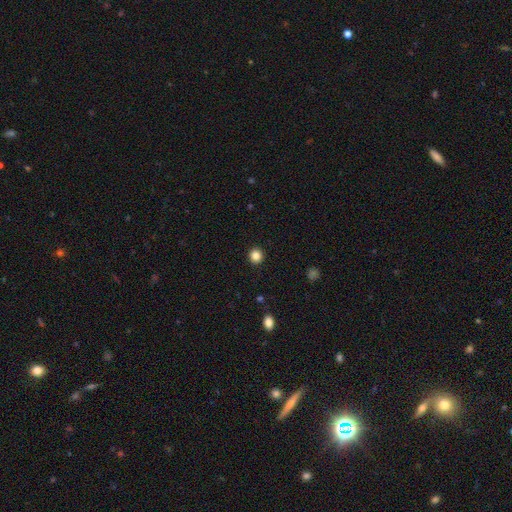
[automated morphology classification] smooth 85%, star or artifact 11%, featured or disk 4%. Down the decision tree: how rounded — round (92%); merging — none (92%).